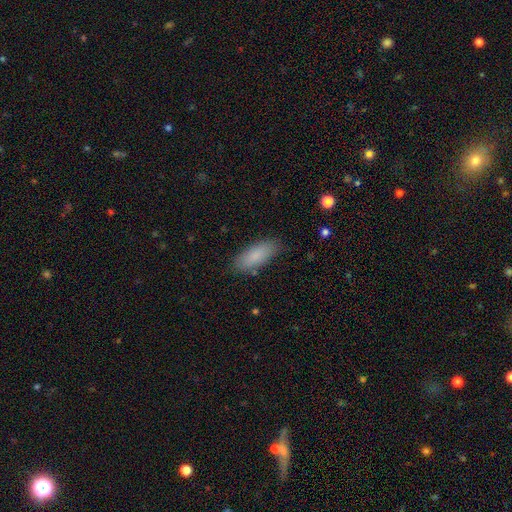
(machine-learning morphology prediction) type=smooth (86%); roundness=in between (75%); merging=none (83%).